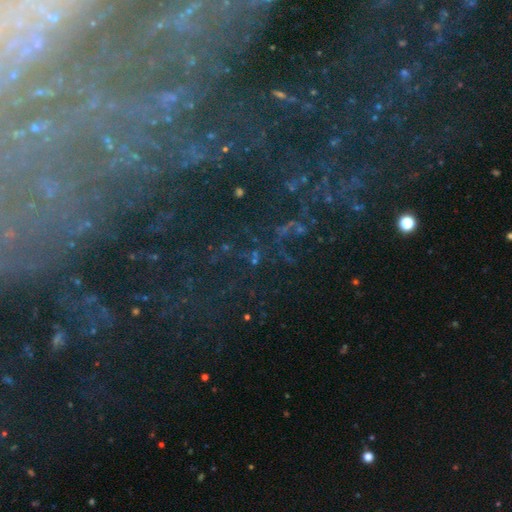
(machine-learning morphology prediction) Smooth or featured?
  - star or artifact: 54% *
  - featured or disk: 33%
  - smooth: 13%